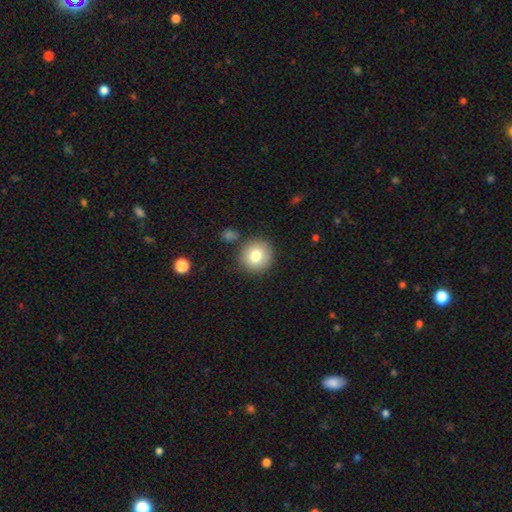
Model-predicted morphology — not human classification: A smooth galaxy with no disk features (79%) that is round (93%). Merging: none (85%).